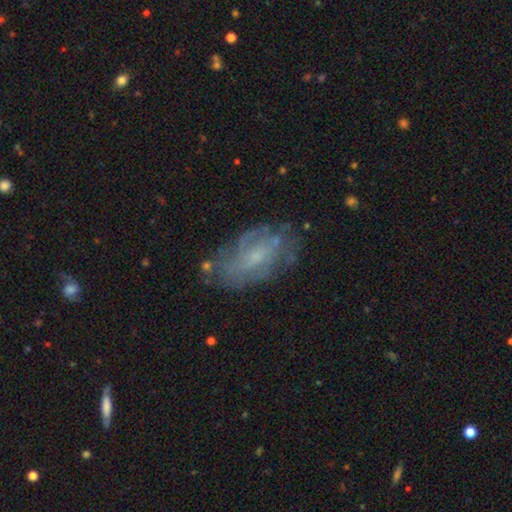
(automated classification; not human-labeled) Smooth or featured? featured or disk (65%)
Edge-on disk? no (93%)
Bar? no (57%)
Spiral arms? yes (74%)
Bulge size? small (54%)
Merging? none (68%)